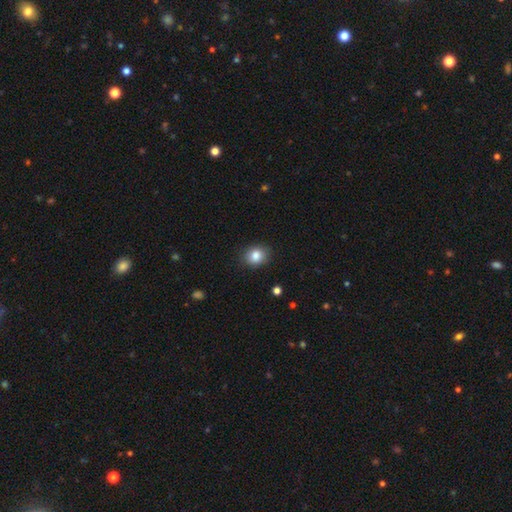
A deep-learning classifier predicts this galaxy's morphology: This is clearly a smooth galaxy (85%). How rounded: likely round (63%). Merging: clearly none (86%).